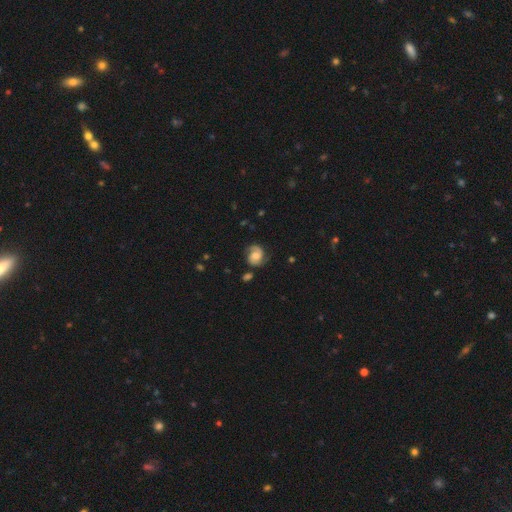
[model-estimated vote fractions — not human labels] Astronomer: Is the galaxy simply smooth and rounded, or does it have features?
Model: featured or disk — 66%.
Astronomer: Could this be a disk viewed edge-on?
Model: no — 98%.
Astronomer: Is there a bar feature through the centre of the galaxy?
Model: no — 61%.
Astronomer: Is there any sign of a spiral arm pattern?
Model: yes — 94%.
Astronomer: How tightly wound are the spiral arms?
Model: medium — 45% (runner-up: tight, 35%).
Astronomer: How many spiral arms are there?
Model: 2 — 79%.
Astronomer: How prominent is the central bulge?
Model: moderate — 45% (runner-up: small, 27%).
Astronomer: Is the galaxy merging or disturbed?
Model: none — 69%.